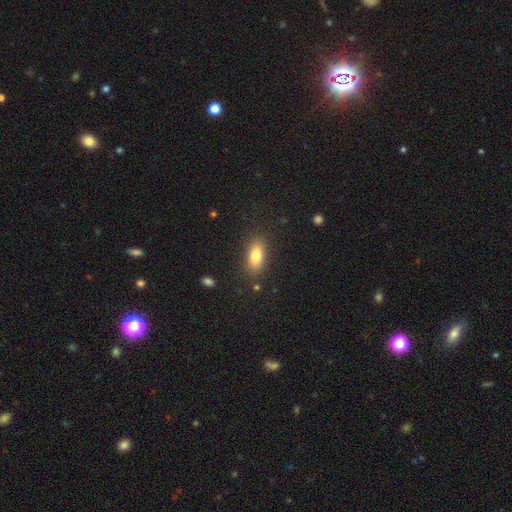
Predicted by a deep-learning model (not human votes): Smooth or featured: smooth — 78% (featured or disk — 13%)
How rounded: in between — 82% (cigar-shaped — 12%)
Merging: none — 84% (minor disturbance — 11%)